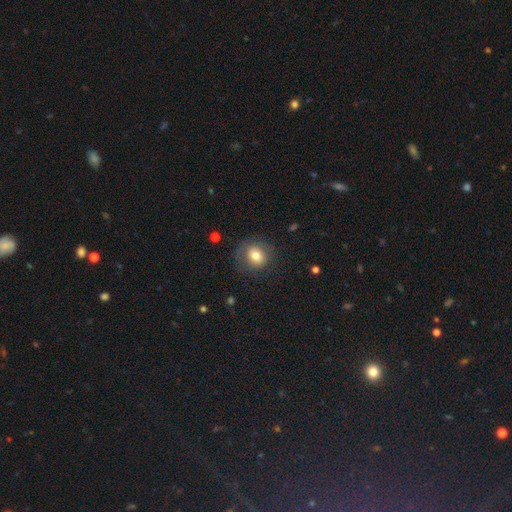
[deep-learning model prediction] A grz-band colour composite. It shows a smooth galaxy with no disk features (75%) that is round (79%). Merging: none (75%).